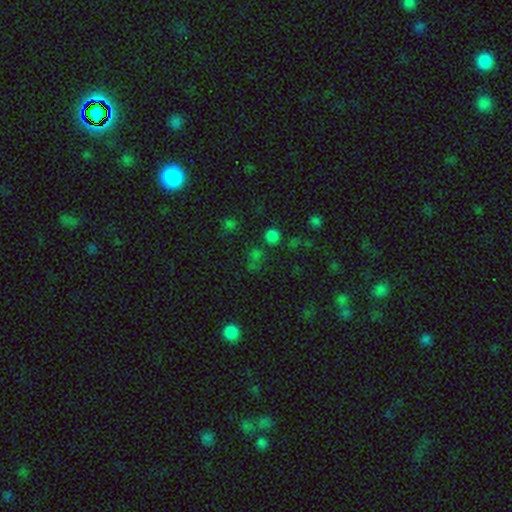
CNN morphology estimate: A smooth galaxy with no disk features (53%) that is round (83%). Merging: none (72%).